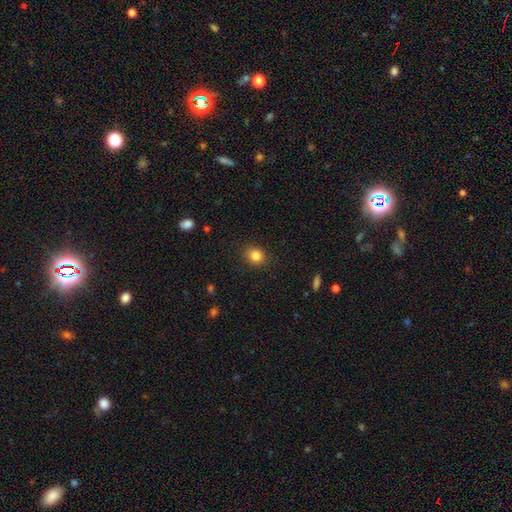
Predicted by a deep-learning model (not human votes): The model was most divided on "how rounded": round: 65%, in between: 34%, cigar-shaped: 1%. More confident: merging — none (88%); smooth or featured — smooth (84%).